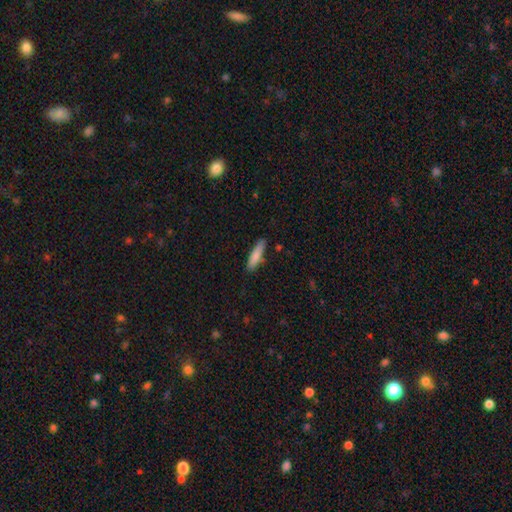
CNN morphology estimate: A smooth galaxy with no disk features (84%) that is cigar-shaped (76%).

Vote fractions:
- Smooth or featured? smooth: 84% / featured or disk: 10% / star or artifact: 6%
- How rounded? cigar-shaped: 76% / in between: 22% / round: 1%
- Merging? none: 82% / minor disturbance: 13% / major disturbance: 2% / merger: 2%